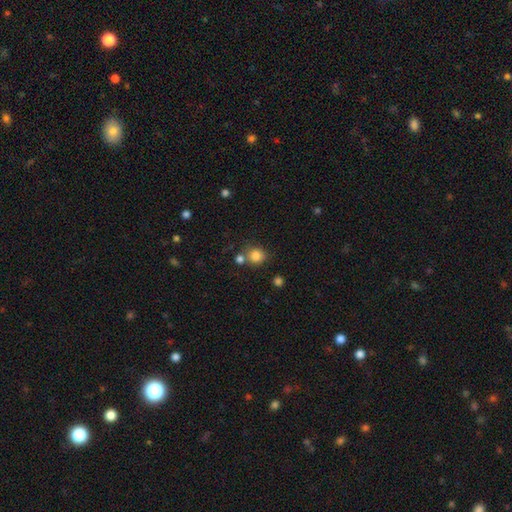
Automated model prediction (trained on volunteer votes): Smooth or featured: smooth — 83% (star or artifact — 11%)
How rounded: round — 86% (in between — 13%)
Merging: none — 66% (merger — 18%)